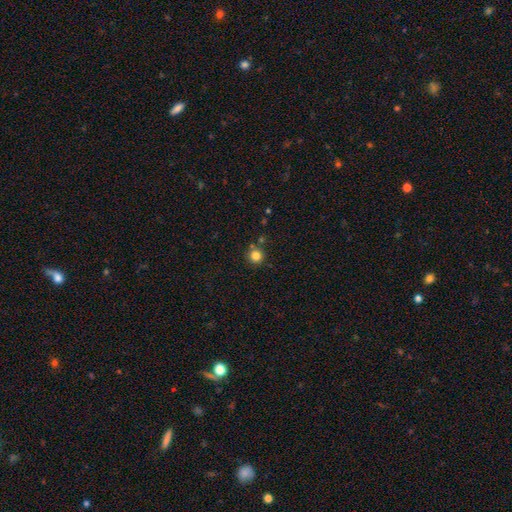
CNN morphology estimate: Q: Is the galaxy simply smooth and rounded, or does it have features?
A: smooth — 82%.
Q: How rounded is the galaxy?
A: round — 94%.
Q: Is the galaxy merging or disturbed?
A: none — 81%.